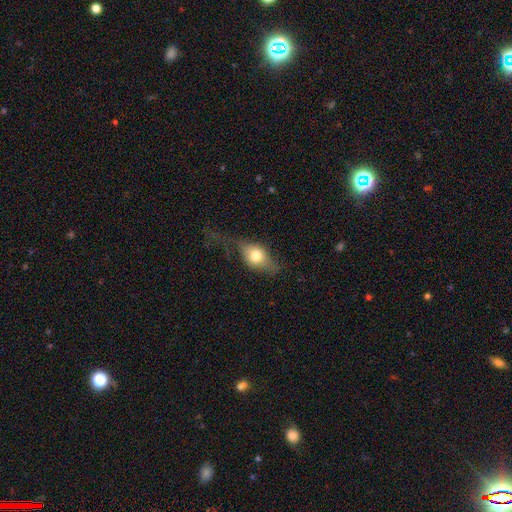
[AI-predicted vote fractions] Q: Smooth or featured?
A: smooth (65%); runner-up: featured or disk (27%)
Q: How rounded?
A: in between (68%); runner-up: round (26%)
Q: Merging?
A: none (40%); runner-up: major disturbance (31%)